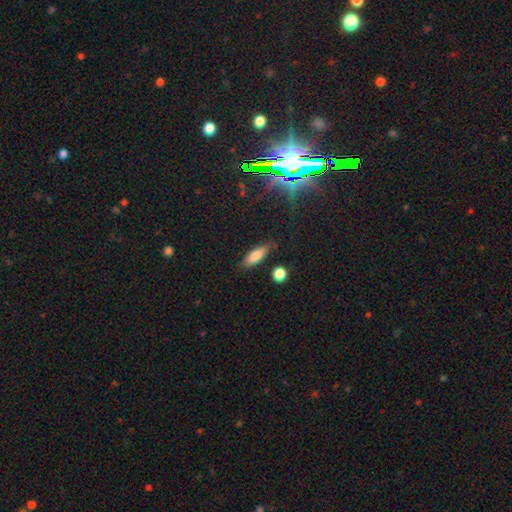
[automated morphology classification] A smooth galaxy with no disk features (81%) that is in between round and cigar-shaped (57%). Merging: none (82%).